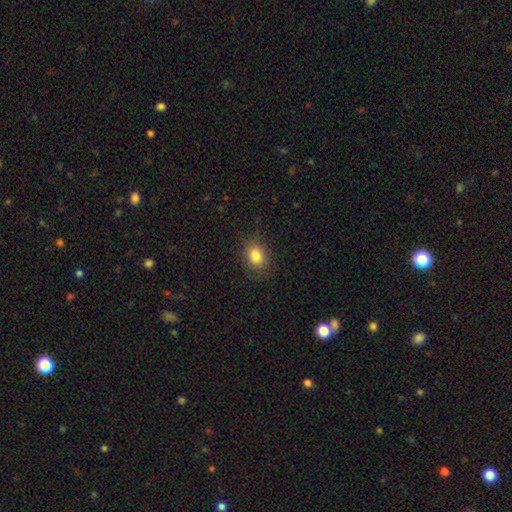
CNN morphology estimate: The model was most divided on "how rounded": in between: 58%, round: 41%, cigar-shaped: 1%. More confident: merging — none (86%); smooth or featured — smooth (83%).